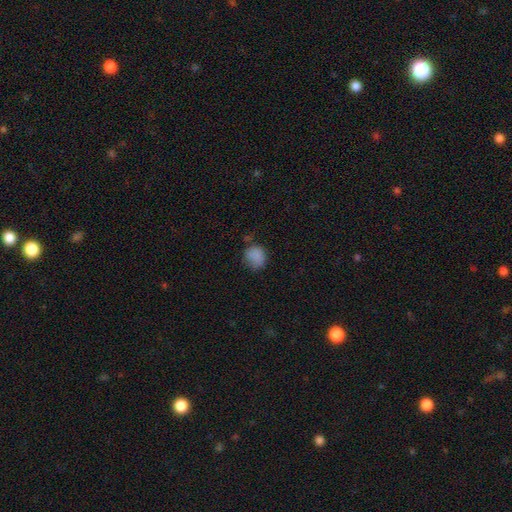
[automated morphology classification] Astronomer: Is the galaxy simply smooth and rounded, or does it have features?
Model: smooth — 83%.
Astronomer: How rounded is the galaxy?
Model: round — 75%.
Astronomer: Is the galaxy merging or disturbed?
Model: none — 61%.